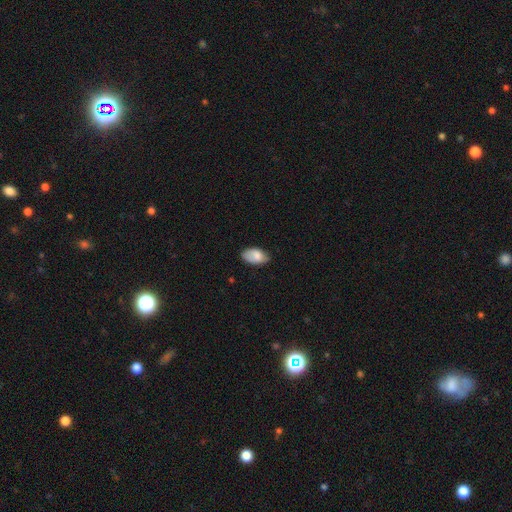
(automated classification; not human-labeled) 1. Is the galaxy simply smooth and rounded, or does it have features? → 81% smooth, 12% featured or disk, 7% star or artifact.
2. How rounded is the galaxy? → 94% in between, 4% round, 2% cigar-shaped.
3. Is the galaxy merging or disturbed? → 67% none, 27% minor disturbance, 5% major disturbance, 1% merger.